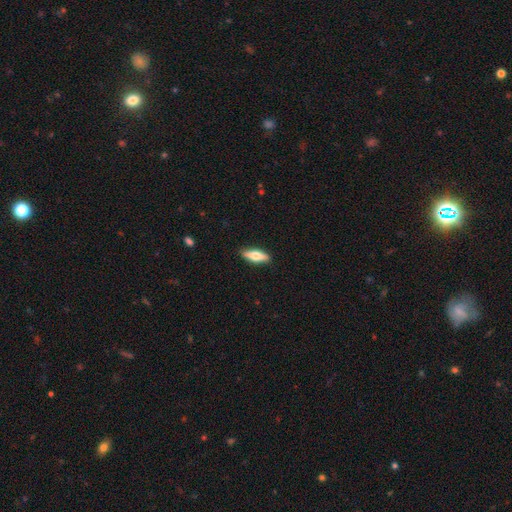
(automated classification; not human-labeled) smooth 56%, featured or disk 38%, star or artifact 6%. Down the decision tree: how rounded — in between (49%); merging — none (88%).